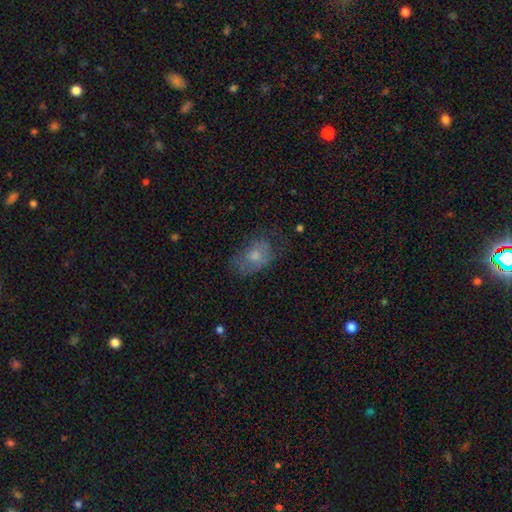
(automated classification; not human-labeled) Q: Smooth or featured?
A: smooth (63%); runner-up: featured or disk (28%)
Q: How rounded?
A: in between (84%); runner-up: round (14%)
Q: Merging?
A: none (50%); runner-up: minor disturbance (29%)